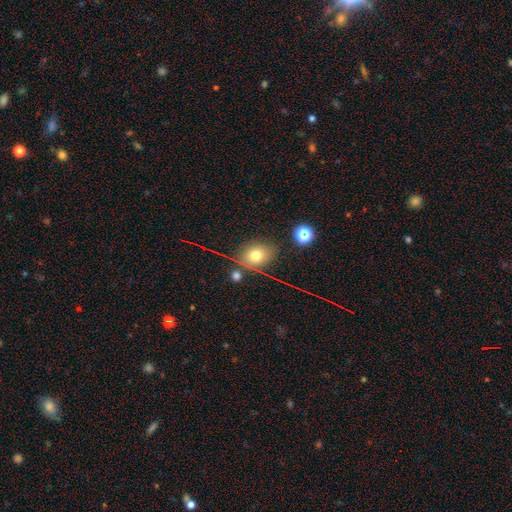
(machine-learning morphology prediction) Overall: smooth (70%). How rounded: round (53%; in between 45%). Merging: none (73%).